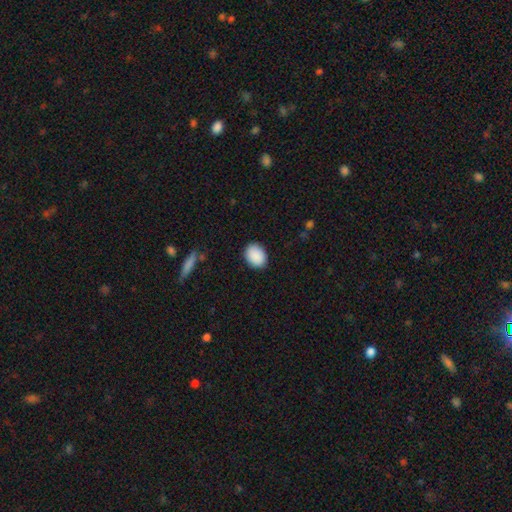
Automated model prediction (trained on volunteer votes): A smooth galaxy with no disk features (90%) that is in between round and cigar-shaped (66%). Merging: none (88%).